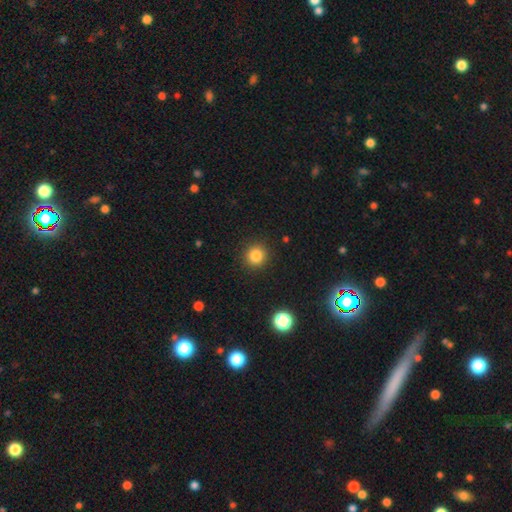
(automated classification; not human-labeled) A smooth galaxy with no disk features (83%) that is round (93%). Merging: none (91%).